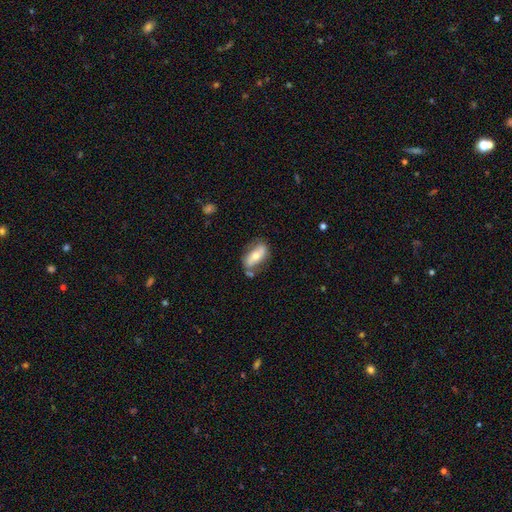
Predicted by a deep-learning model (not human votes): Q: Smooth or featured?
A: smooth (54%); runner-up: featured or disk (39%)
Q: How rounded?
A: in between (82%); runner-up: cigar-shaped (14%)
Q: Merging?
A: none (62%); runner-up: minor disturbance (22%)